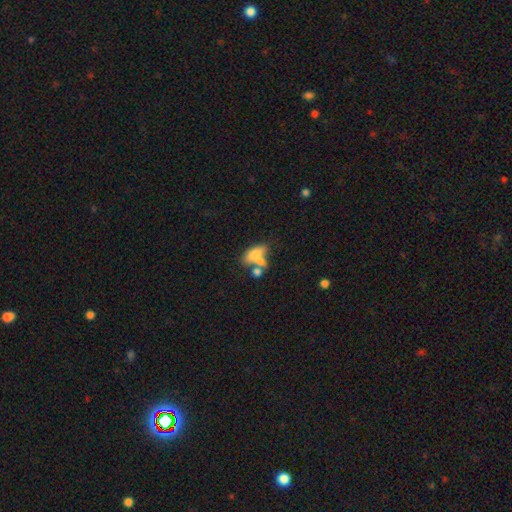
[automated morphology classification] The model was most divided on "merging": merger: 46%, none: 27%, minor disturbance: 14%, major disturbance: 13%. More confident: how rounded — in between (81%); smooth or featured — smooth (67%).